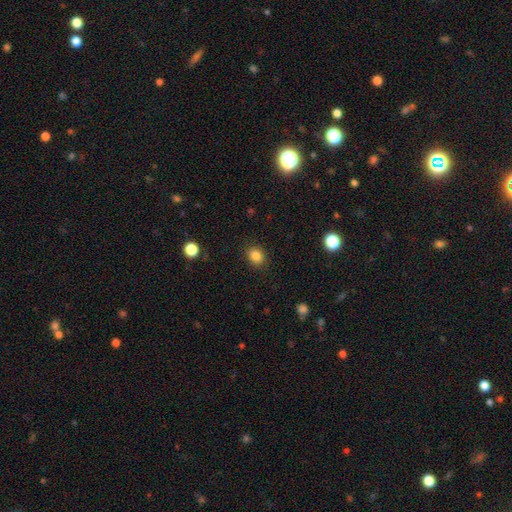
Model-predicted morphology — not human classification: Smooth or featured?
  - smooth: 85% *
  - star or artifact: 11%
  - featured or disk: 4%
How rounded?
  - round: 51% *
  - in between: 48%
  - cigar-shaped: 1%
Merging?
  - none: 88% *
  - minor disturbance: 8%
  - major disturbance: 3%
  - merger: 1%